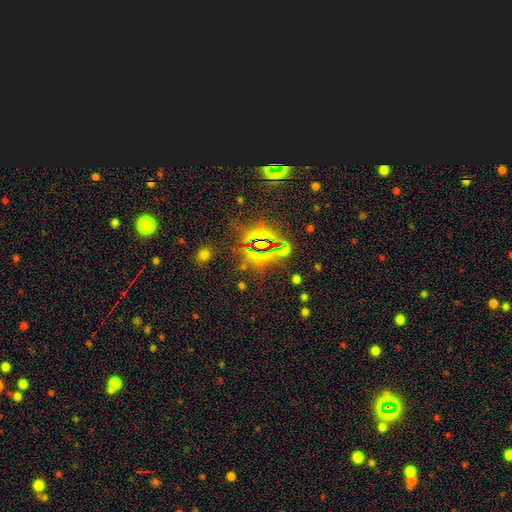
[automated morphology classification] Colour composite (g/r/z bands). It shows a star or artifact, not a galaxy (83%).